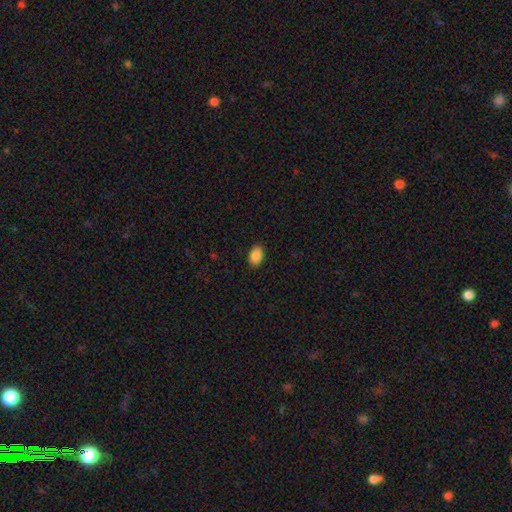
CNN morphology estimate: The model was most divided on "how rounded": in between: 87%, round: 12%, cigar-shaped: 1%. More confident: merging — none (89%); smooth or featured — smooth (89%).